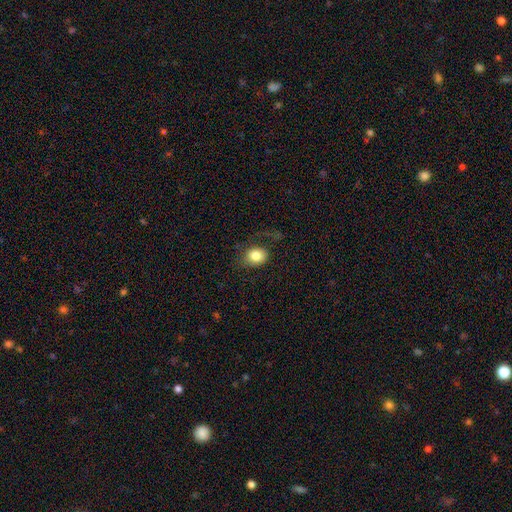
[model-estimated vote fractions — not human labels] A smooth galaxy with no disk features (80%) that is round (53%). Merging: none (61%).